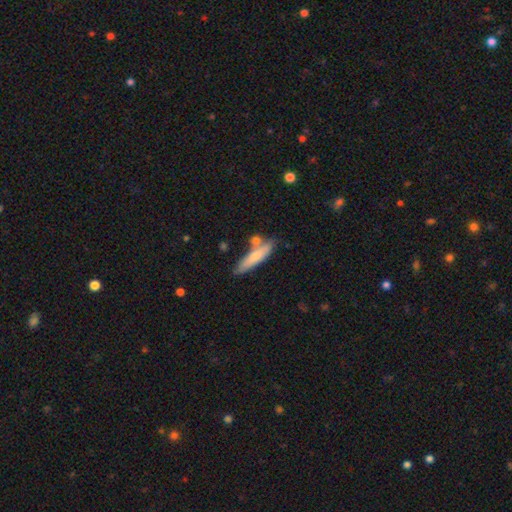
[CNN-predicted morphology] Smooth or featured: smooth — 70% (featured or disk — 25%)
How rounded: cigar-shaped — 78% (in between — 20%)
Merging: none — 62% (minor disturbance — 18%)